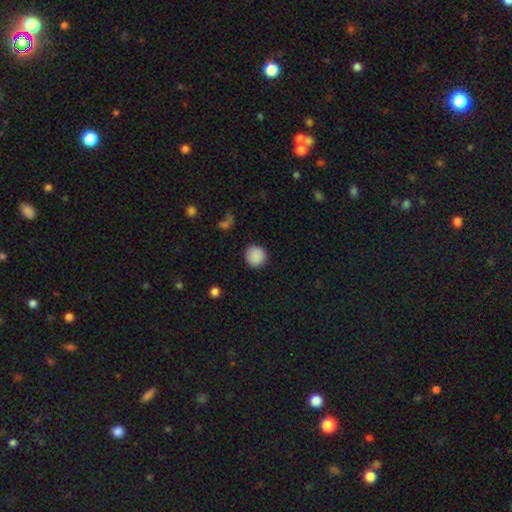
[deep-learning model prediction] Smooth or featured? Predicted: smooth (p=0.88). How rounded? Predicted: round (p=0.93). Merging? Predicted: none (p=0.89).